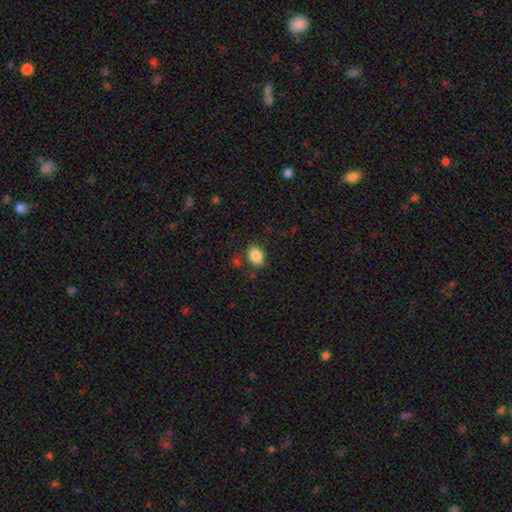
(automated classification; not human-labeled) Smooth or featured? smooth (86%)
How rounded? in between (71%)
Merging? none (80%)